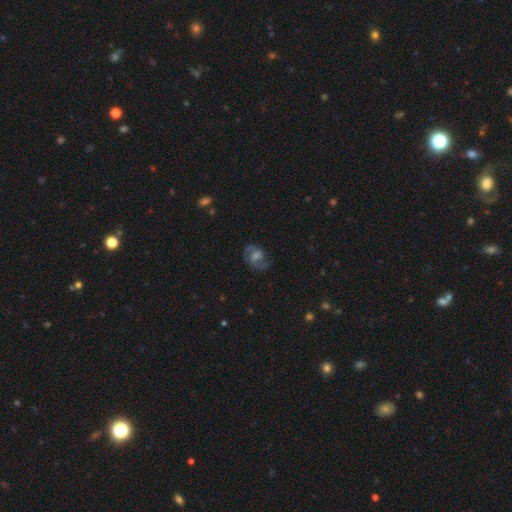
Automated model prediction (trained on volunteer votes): A featured or disk galaxy (78%) with no bar (47%), 2 (87%) medium (56%) spiral arms (94%) and a moderate central bulge (49%). Merging: none (78%).